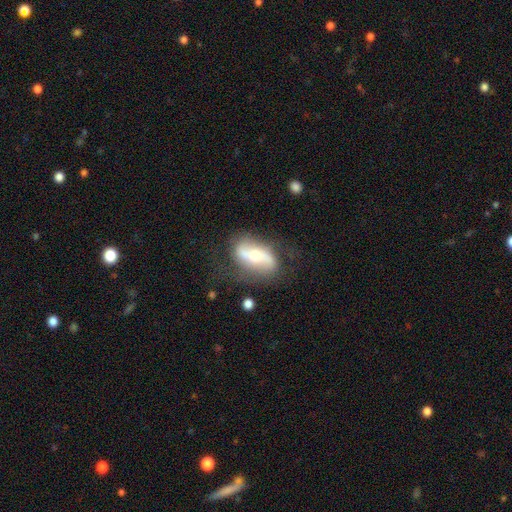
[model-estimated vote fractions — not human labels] Smooth or featured? featured or disk (68%)
Edge-on disk? no (90%)
Bar? no (38%)
Spiral arms? yes (78%)
Bulge size? moderate (67%)
Merging? none (66%)